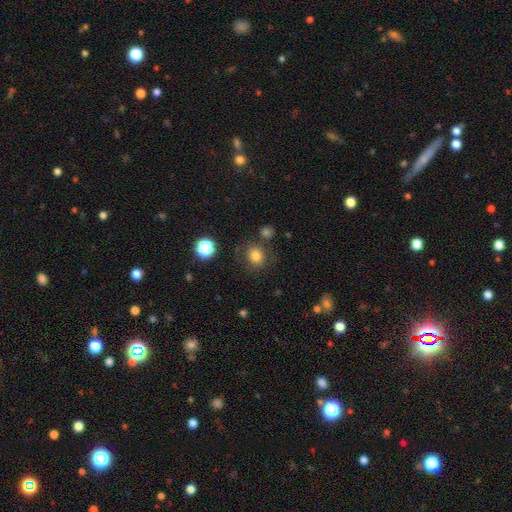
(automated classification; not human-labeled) Morphology: type=smooth (79%); roundness=round (77%); merging=none (77%).